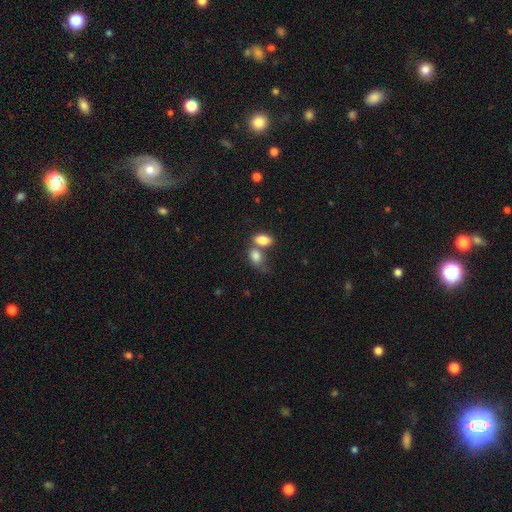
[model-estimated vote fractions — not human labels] A smooth galaxy with no disk features (83%) that is in between round and cigar-shaped (85%).

Vote fractions:
- Smooth or featured? smooth: 83% / featured or disk: 9% / star or artifact: 8%
- How rounded? in between: 85% / round: 13% / cigar-shaped: 2%
- Merging? merger: 52% / none: 32% / minor disturbance: 11% / major disturbance: 5%